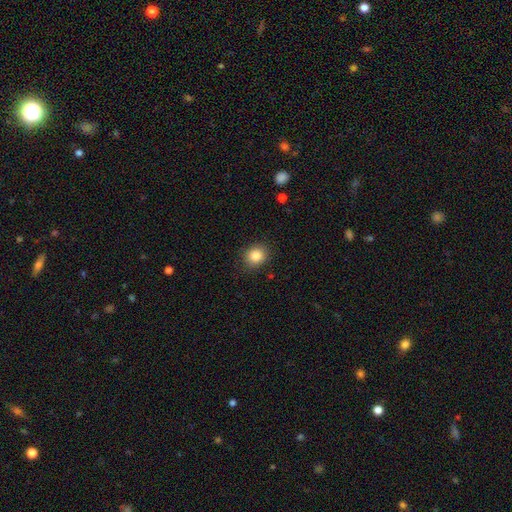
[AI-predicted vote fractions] The model was most divided on "how rounded": round: 72%, in between: 27%, cigar-shaped: 1%. More confident: merging — none (87%); smooth or featured — smooth (85%).